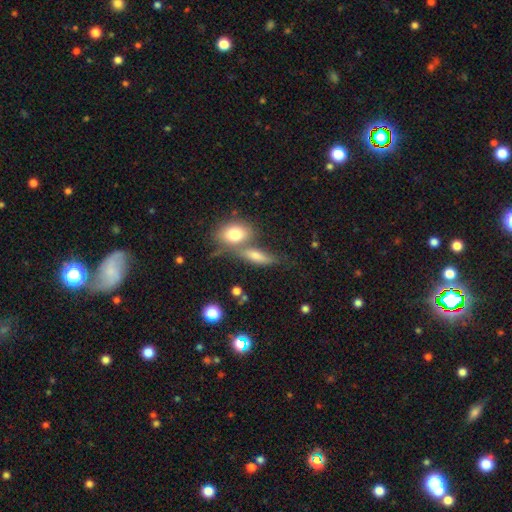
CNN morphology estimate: Q: Smooth or featured?
A: smooth (67%); runner-up: featured or disk (23%)
Q: How rounded?
A: in between (57%); runner-up: cigar-shaped (34%)
Q: Merging?
A: none (45%); runner-up: merger (35%)